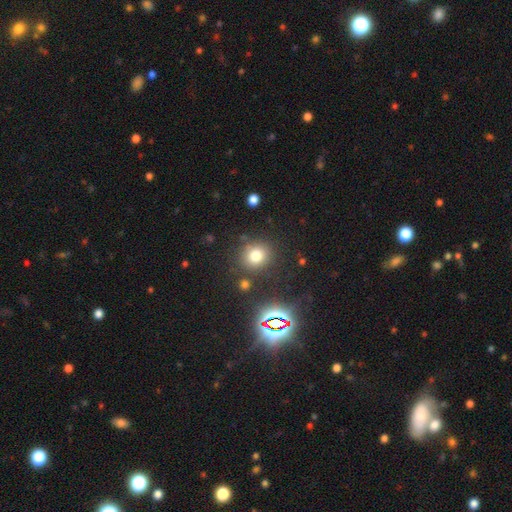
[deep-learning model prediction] Overall: smooth (74%). How rounded: round (83%). Merging: none (82%).